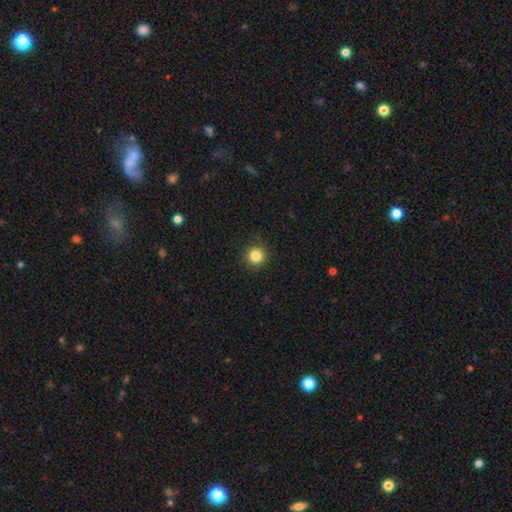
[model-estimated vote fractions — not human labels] smooth_or_featured: smooth (p=0.85) [alt: star or artifact p=0.11]
how_rounded: round (p=0.95) [alt: in between p=0.04]
merging: none (p=0.90) [alt: minor disturbance p=0.07]